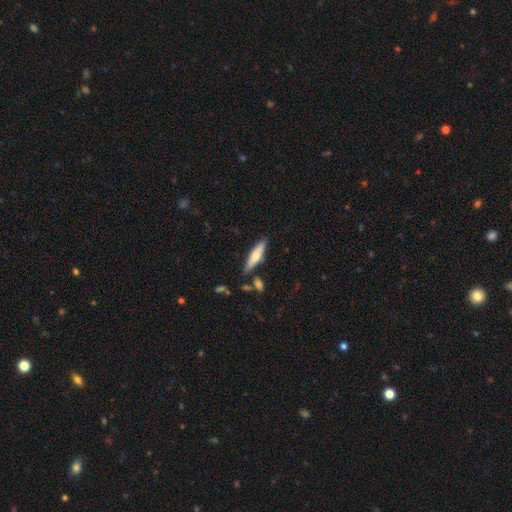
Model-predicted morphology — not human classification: smooth-or-featured: smooth: 55% | featured or disk: 40% | star or artifact: 6%
  how-rounded: cigar-shaped: 73% | in between: 25% | round: 2%
  merging: none: 79% | minor disturbance: 12% | merger: 6% | major disturbance: 3%